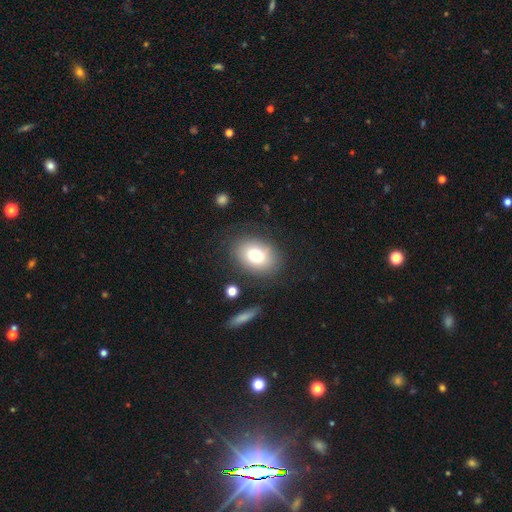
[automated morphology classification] A smooth galaxy with no disk features (75%) that is in between round and cigar-shaped (70%).

Vote fractions:
- Smooth or featured? smooth: 75% / featured or disk: 16% / star or artifact: 9%
- How rounded? in between: 70% / round: 29% / cigar-shaped: 1%
- Merging? none: 79% / minor disturbance: 13% / major disturbance: 5% / merger: 3%